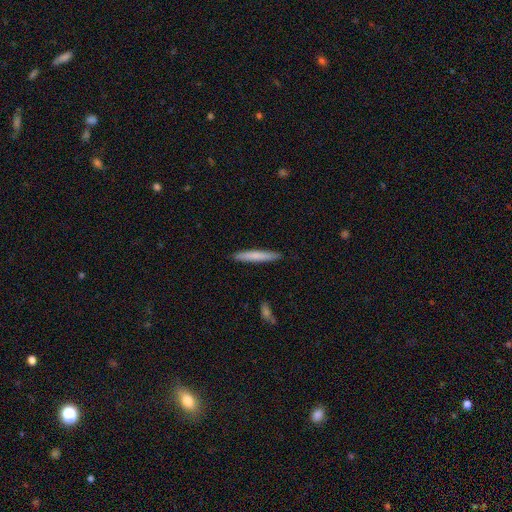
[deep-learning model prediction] This is likely a smooth galaxy (74%). How rounded: clearly cigar-shaped (95%). Merging: clearly none (91%).